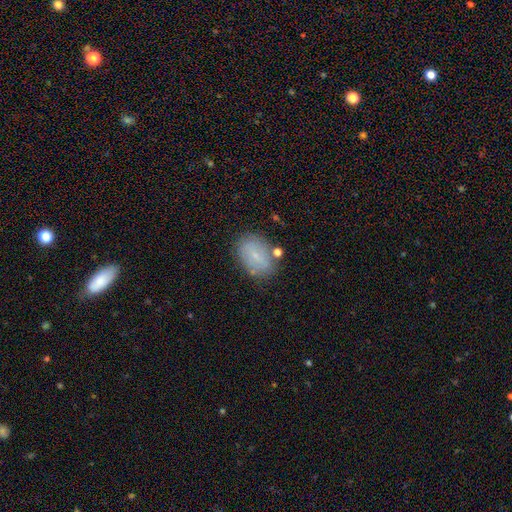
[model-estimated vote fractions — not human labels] Smooth or featured?
  - smooth: 67% *
  - featured or disk: 24%
  - star or artifact: 10%
How rounded?
  - in between: 82% *
  - round: 16%
  - cigar-shaped: 2%
Merging?
  - none: 76% *
  - minor disturbance: 16%
  - merger: 5%
  - major disturbance: 4%